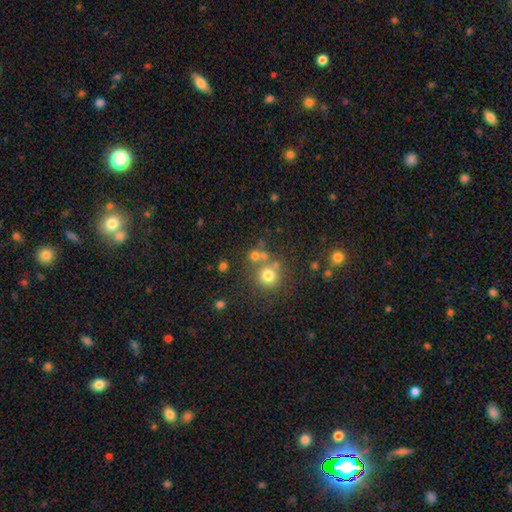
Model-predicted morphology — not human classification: Smooth or featured? Predicted: smooth (p=0.69). How rounded? Predicted: round (p=0.89). Merging? Predicted: none (p=0.62).